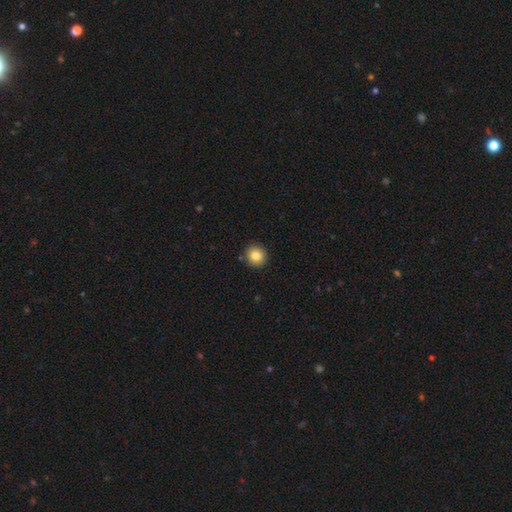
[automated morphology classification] Smooth or featured? Predicted: smooth (p=0.84). How rounded? Predicted: round (p=0.92). Merging? Predicted: none (p=0.91).